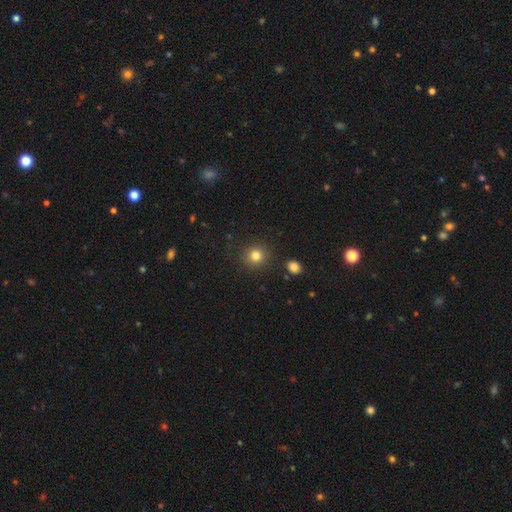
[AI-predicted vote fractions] A smooth galaxy with no disk features (81%) that is round (90%). Merging: none (88%).